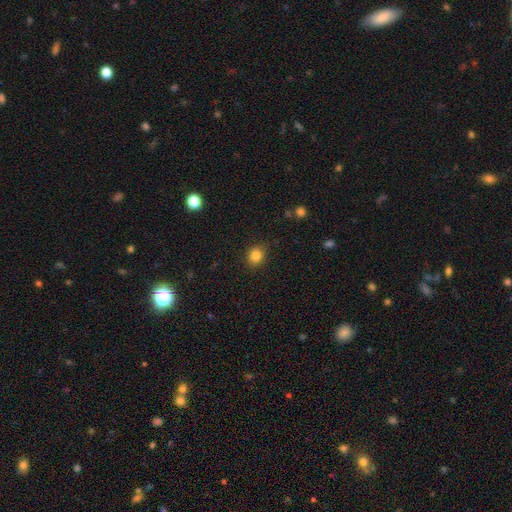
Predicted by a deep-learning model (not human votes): Smooth or featured? smooth (84%)
How rounded? round (75%)
Merging? none (89%)